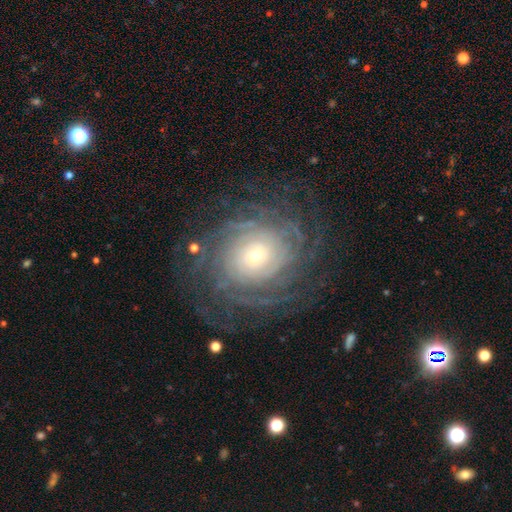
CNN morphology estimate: type=featured or disk (87%); edge-on=no (97%); bar=no (80%); spiral arms=yes (96%); winding=tight (81%); arm count=more than 4 (32%); bulge=small (71%); merging=none (78%).